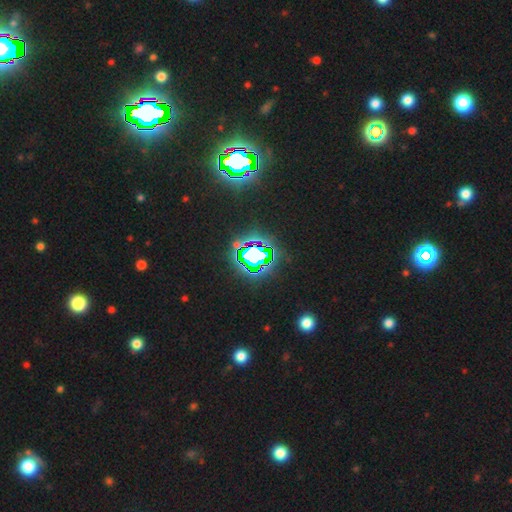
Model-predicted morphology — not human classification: The model was most divided on "smooth or featured": star or artifact: 78%, smooth: 12%, featured or disk: 10%.